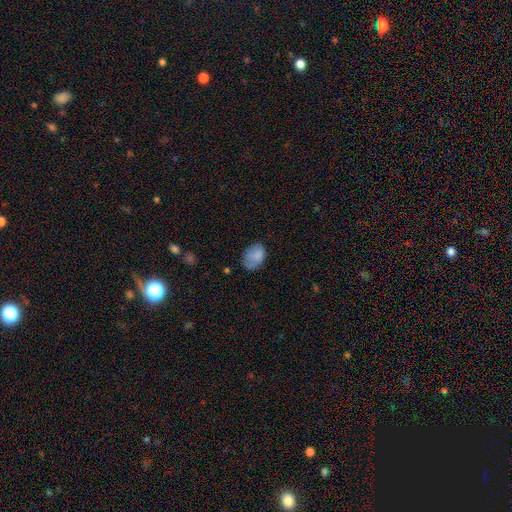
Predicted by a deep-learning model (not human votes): smooth-or-featured: smooth: 81% | featured or disk: 10% | star or artifact: 9%
  how-rounded: in between: 77% | round: 22% | cigar-shaped: 1%
  merging: none: 59% | minor disturbance: 28% | major disturbance: 10% | merger: 3%